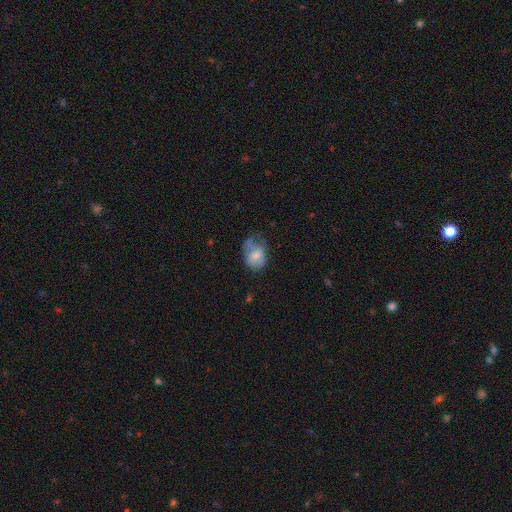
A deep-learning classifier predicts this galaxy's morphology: The model was most divided on "merging" (2-way tie): minor disturbance: 33%, major disturbance: 33%, none: 29%, merger: 5%. More confident: how rounded — in between (66%); smooth or featured — smooth (59%).